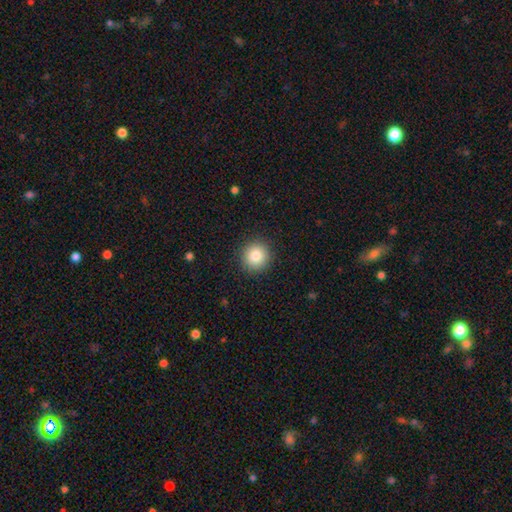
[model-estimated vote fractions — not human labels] smooth 83%, star or artifact 10%, featured or disk 7%. Down the decision tree: how rounded — round (94%); merging — none (91%).